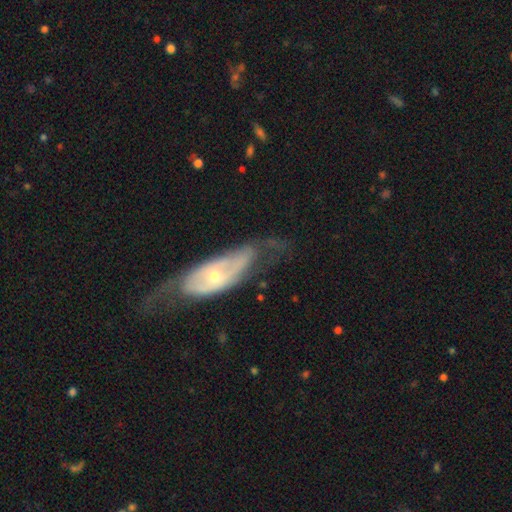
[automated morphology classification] featured or disk 74%, smooth 17%, star or artifact 8%. Down the decision tree: edge-on disk — no (78%); bar — no (65%); spiral arms — yes (71%); bulge size — small (58%); merging — none (56%).